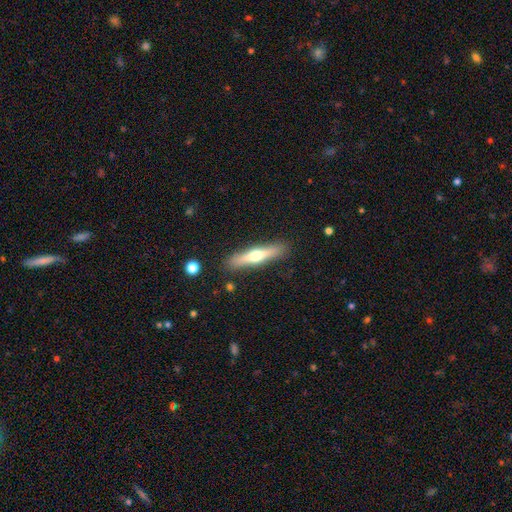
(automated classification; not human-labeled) Morphology: type=featured or disk (50%); edge-on=yes (93%); merging=none (87%).